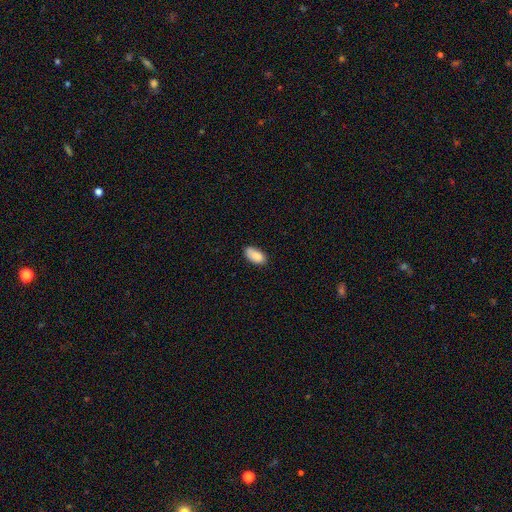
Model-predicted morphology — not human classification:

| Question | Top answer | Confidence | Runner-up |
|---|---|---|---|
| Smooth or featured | smooth | 86% | star or artifact (7%) |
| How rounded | in between | 94% | round (3%) |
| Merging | none | 74% | minor disturbance (20%) |